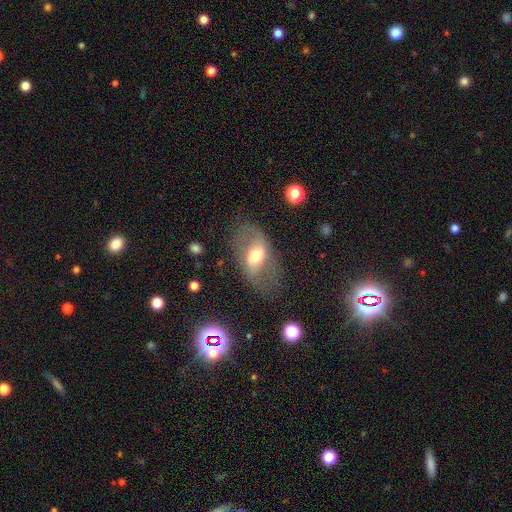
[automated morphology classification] type=featured or disk (58%); edge-on=no (91%); bar=weak (43%); spiral arms=yes (57%); bulge=moderate (67%); merging=none (66%).